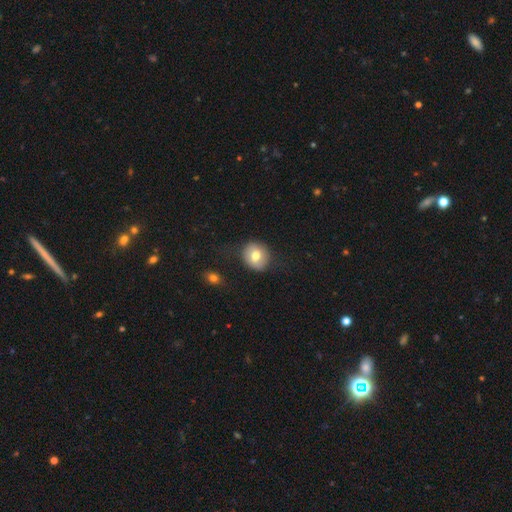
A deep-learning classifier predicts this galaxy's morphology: Overall: smooth (71%). How rounded: round (80%). Merging: none (75%).